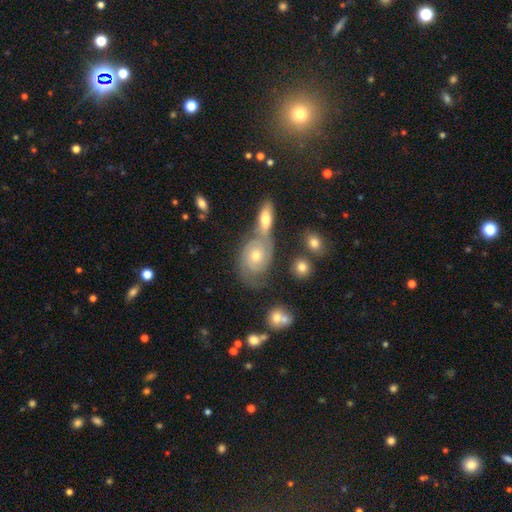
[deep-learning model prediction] Smooth or featured: featured or disk — 75% (smooth — 17%)
Edge-on disk: no — 95% (yes — 5%)
Bar: no — 80% (weak — 17%)
Spiral arms: yes — 92% (no — 8%)
Spiral winding: tight — 65% (medium — 27%)
Spiral arm count: 2 — 64% (can't tell — 20%)
Bulge size: moderate — 63% (small — 30%)
Merging: none — 50% (merger — 26%)